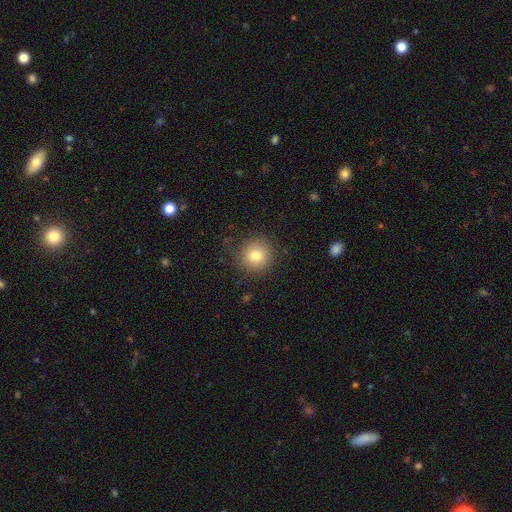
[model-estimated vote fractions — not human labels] This is likely a smooth galaxy (79%). How rounded: clearly round (94%). Merging: clearly none (87%).